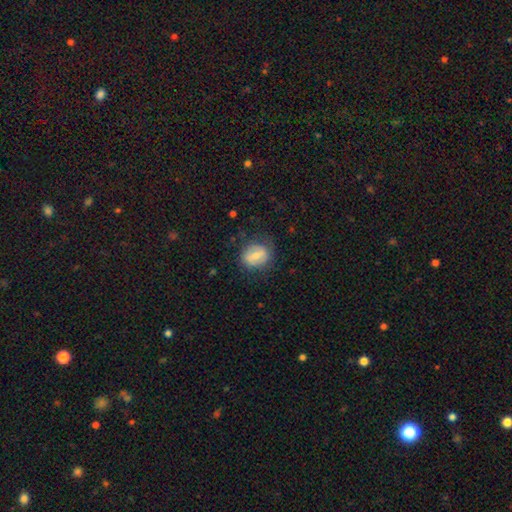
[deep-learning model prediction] This appears to be a smooth galaxy with no disk features (56%) that is round (61%). Merging: none (72%).